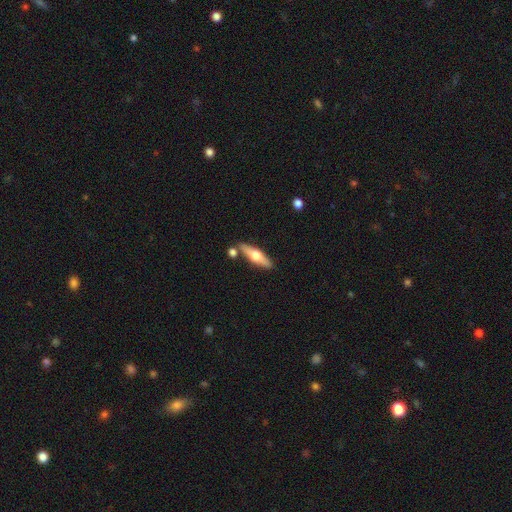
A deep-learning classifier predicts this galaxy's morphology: Q: Smooth or featured?
A: featured or disk (54%); runner-up: smooth (41%)
Q: Edge-on disk?
A: yes (91%); runner-up: no (9%)
Q: Merging?
A: none (79%); runner-up: minor disturbance (10%)